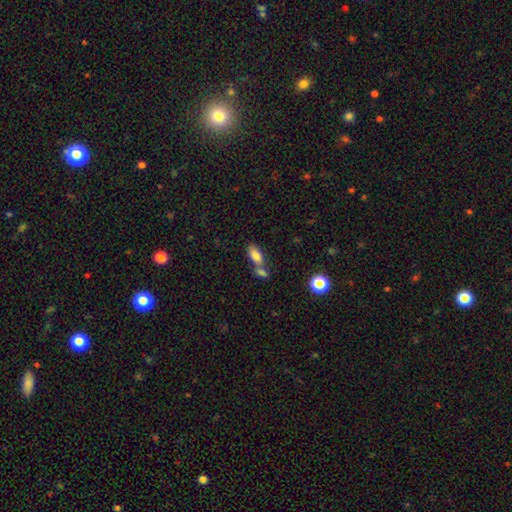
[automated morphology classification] smooth_or_featured: smooth (p=0.81) [alt: featured or disk p=0.11]
how_rounded: in between (p=0.89) [alt: cigar-shaped p=0.07]
merging: merger (p=0.45) [alt: none p=0.41]